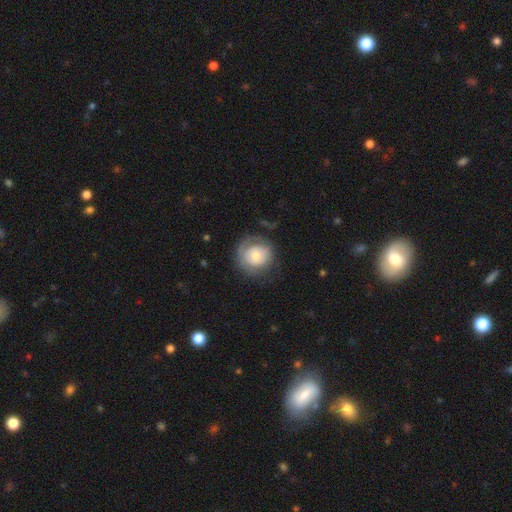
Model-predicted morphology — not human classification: smooth 49%, featured or disk 44%, star or artifact 7%. Down the decision tree: merging — none (64%).